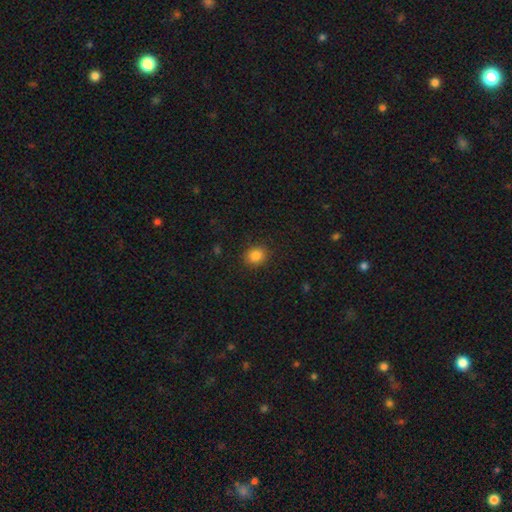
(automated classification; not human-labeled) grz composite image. It shows a smooth galaxy with no disk features (85%) that is round (69%). Merging: none (89%).